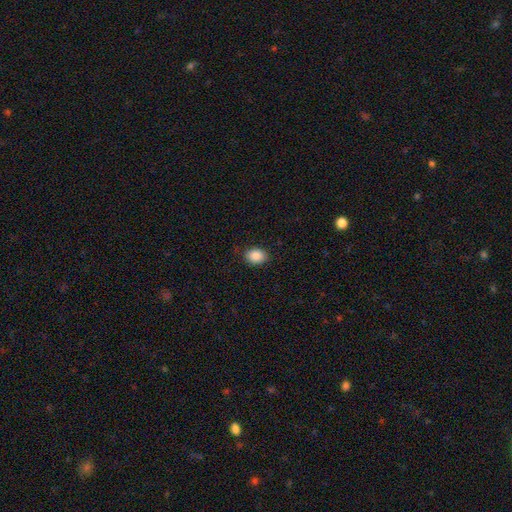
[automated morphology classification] A smooth galaxy with no disk features (88%) that is in between round and cigar-shaped (64%). Merging: none (85%).